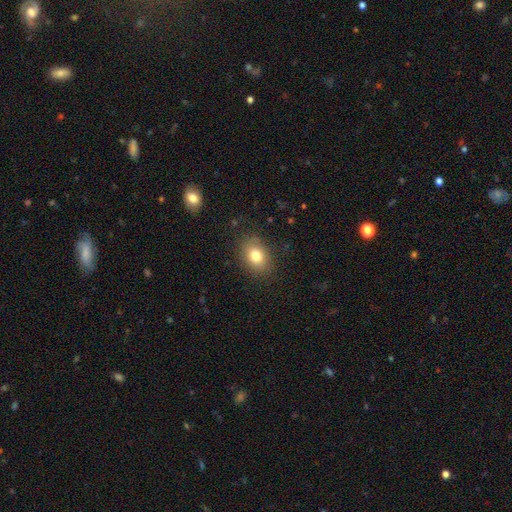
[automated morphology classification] smooth-or-featured: smooth: 79% | featured or disk: 11% | star or artifact: 10%
  how-rounded: in between: 67% | round: 31% | cigar-shaped: 1%
  merging: none: 84% | minor disturbance: 11% | major disturbance: 4% | merger: 1%